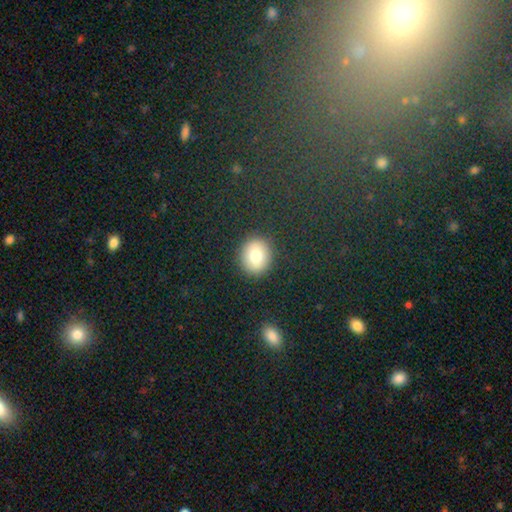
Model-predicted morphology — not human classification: This appears to be a smooth galaxy with no disk features (78%) that is round (74%). Merging: none (89%).